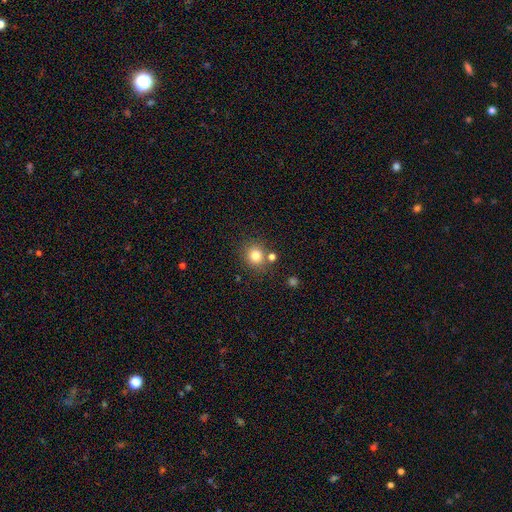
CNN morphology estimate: A smooth galaxy with no disk features (80%) that is round (86%). Merging: none (76%).